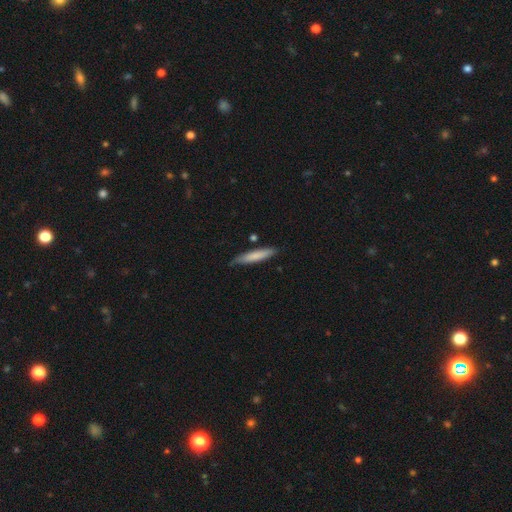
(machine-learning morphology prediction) This appears to be a smooth galaxy with no disk features (74%) that is cigar-shaped (89%). Merging: none (76%).